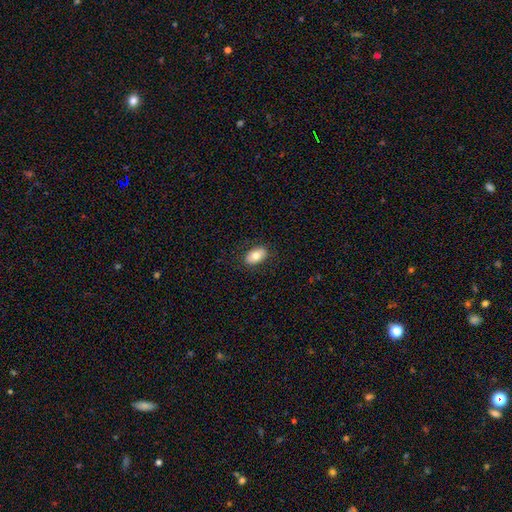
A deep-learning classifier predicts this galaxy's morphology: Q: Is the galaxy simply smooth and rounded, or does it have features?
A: smooth — 76%.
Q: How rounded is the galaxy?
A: in between — 90%.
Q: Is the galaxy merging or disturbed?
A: none — 85%.